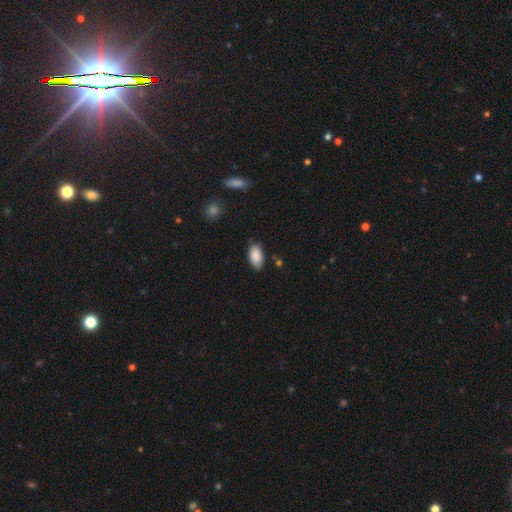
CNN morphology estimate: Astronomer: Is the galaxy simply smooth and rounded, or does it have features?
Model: smooth — 88%.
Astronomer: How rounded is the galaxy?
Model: in between — 94%.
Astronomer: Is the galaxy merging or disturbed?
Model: none — 79%.